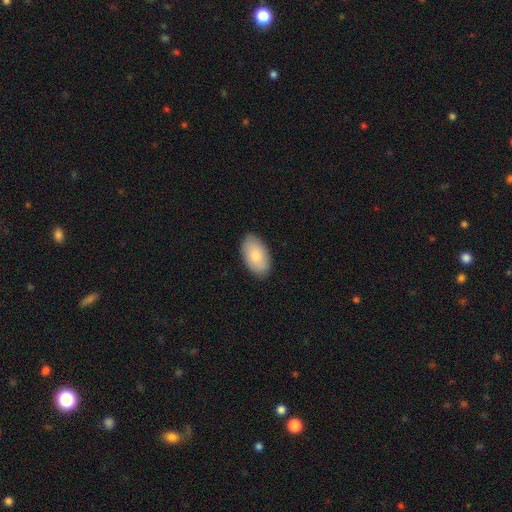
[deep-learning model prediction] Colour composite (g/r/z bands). It shows a smooth galaxy with no disk features (83%) that is in between round and cigar-shaped (95%). Merging: none (87%).